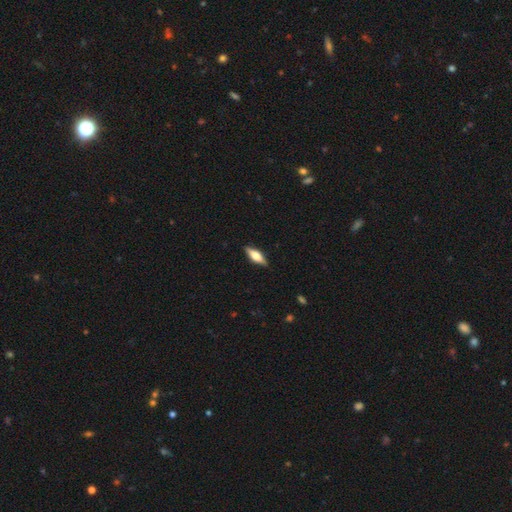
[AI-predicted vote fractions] A featured or disk galaxy (53%) viewed edge-on (94%).

Vote fractions:
- Smooth or featured? featured or disk: 53% / smooth: 41% / star or artifact: 6%
- Edge-on disk? yes: 94% / no: 6%
- Merging? none: 88% / minor disturbance: 9% / major disturbance: 2% / merger: 1%